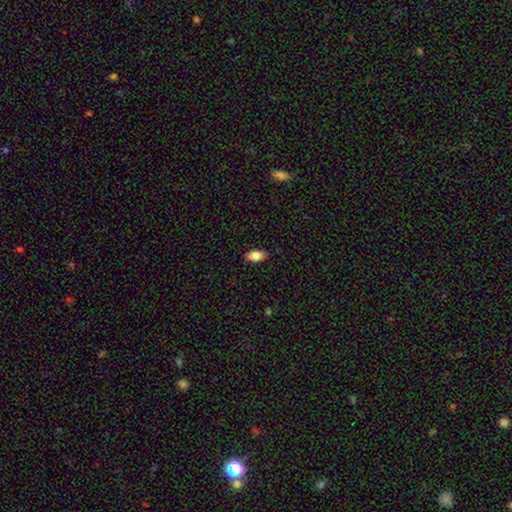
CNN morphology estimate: A smooth galaxy with no disk features (85%) that is in between round and cigar-shaped (92%). Merging: none (88%).